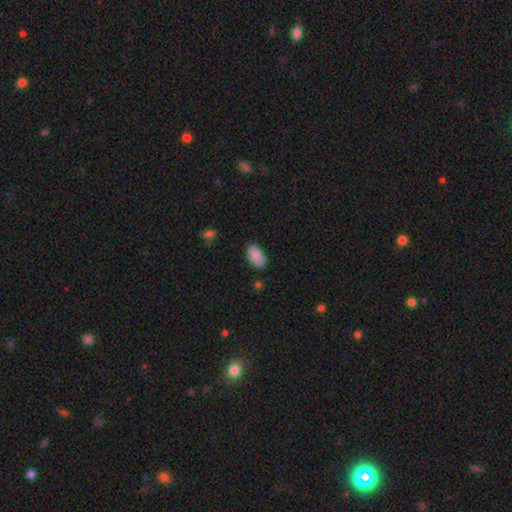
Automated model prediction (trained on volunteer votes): smooth-or-featured: smooth: 89% | star or artifact: 7% | featured or disk: 4%
  how-rounded: in between: 95% | round: 3% | cigar-shaped: 2%
  merging: none: 82% | minor disturbance: 14% | major disturbance: 3% | merger: 2%